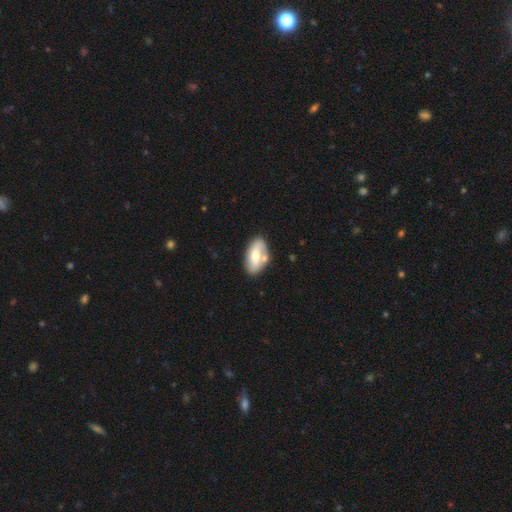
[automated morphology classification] A smooth galaxy with no disk features (60%) that is in between round and cigar-shaped (91%).

Vote fractions:
- Smooth or featured? smooth: 60% / featured or disk: 34% / star or artifact: 6%
- How rounded? in between: 91% / cigar-shaped: 5% / round: 4%
- Merging? none: 68% / minor disturbance: 15% / merger: 13% / major disturbance: 4%